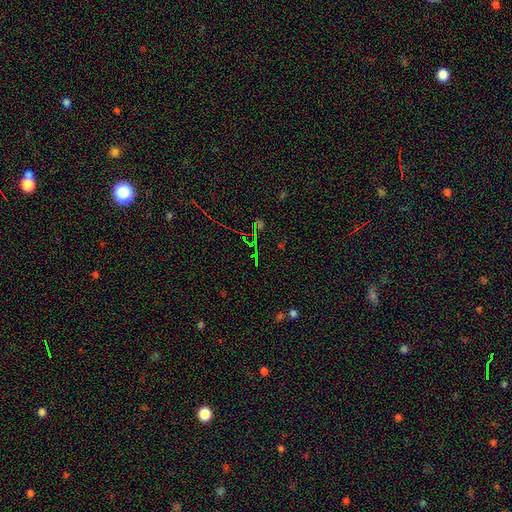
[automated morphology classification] Smooth or featured?
  - star or artifact: 73% *
  - smooth: 15%
  - featured or disk: 12%